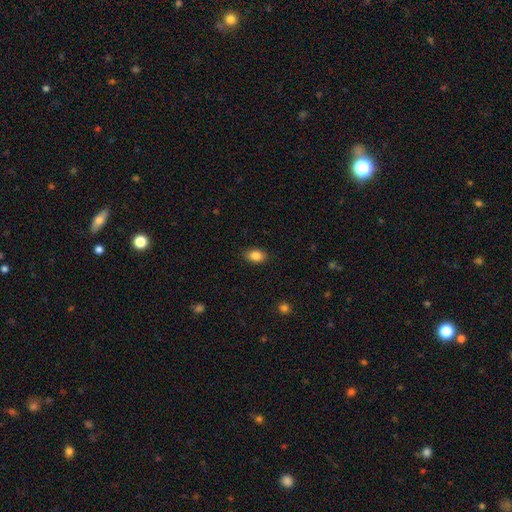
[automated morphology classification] Q: Smooth or featured?
A: smooth (85%); runner-up: star or artifact (9%)
Q: How rounded?
A: in between (83%); runner-up: round (15%)
Q: Merging?
A: none (87%); runner-up: minor disturbance (10%)